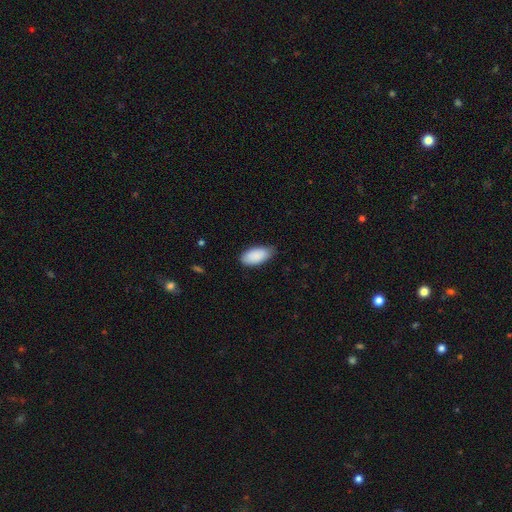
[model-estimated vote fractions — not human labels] Smooth or featured?
  - smooth: 90% *
  - star or artifact: 6%
  - featured or disk: 4%
How rounded?
  - in between: 94% *
  - cigar-shaped: 5%
  - round: 2%
Merging?
  - none: 74% *
  - minor disturbance: 22%
  - major disturbance: 3%
  - merger: 1%